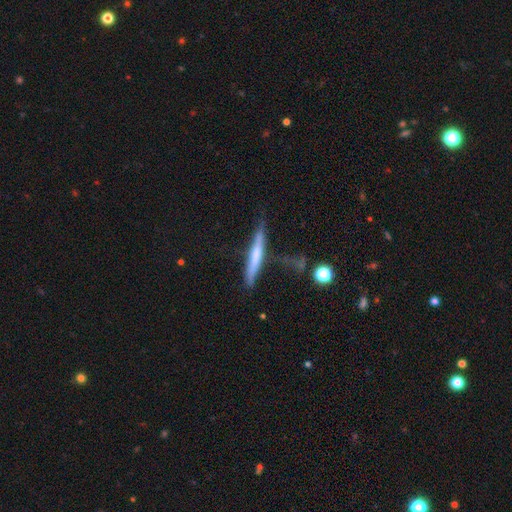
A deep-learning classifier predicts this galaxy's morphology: Smooth or featured: smooth — 51% (featured or disk — 42%)
How rounded: cigar-shaped — 94% (in between — 5%)
Merging: none — 56% (minor disturbance — 26%)